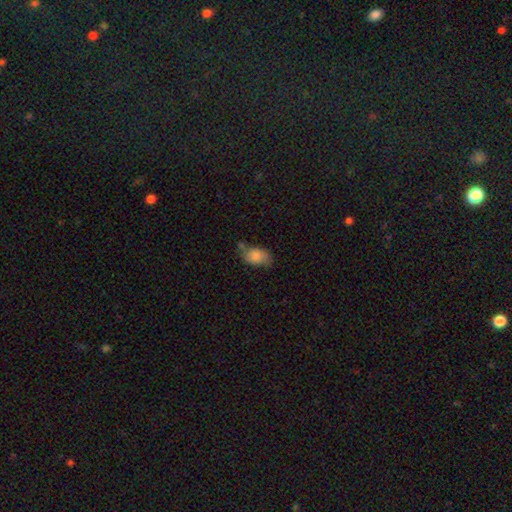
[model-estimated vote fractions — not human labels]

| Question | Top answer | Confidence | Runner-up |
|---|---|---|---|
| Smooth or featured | smooth | 78% | featured or disk (15%) |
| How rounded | in between | 86% | round (12%) |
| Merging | none | 55% | minor disturbance (26%) |